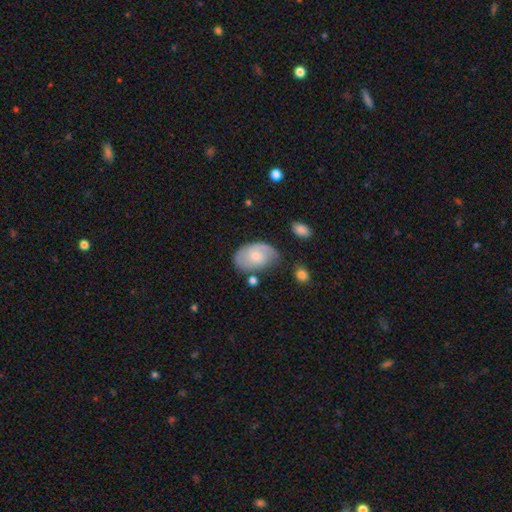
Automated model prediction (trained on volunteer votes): smooth_or_featured: featured or disk (p=0.51) [alt: smooth p=0.43]
disk_edge_on: no (p=0.95) [alt: yes p=0.05]
merging: none (p=0.60) [alt: minor disturbance p=0.25]